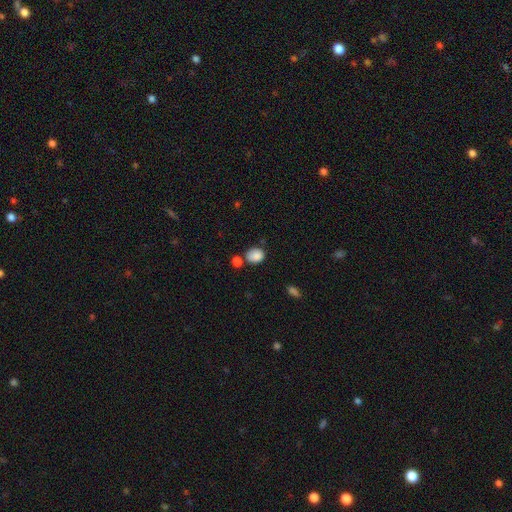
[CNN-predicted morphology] type=smooth (86%); roundness=round (52%); merging=none (63%).